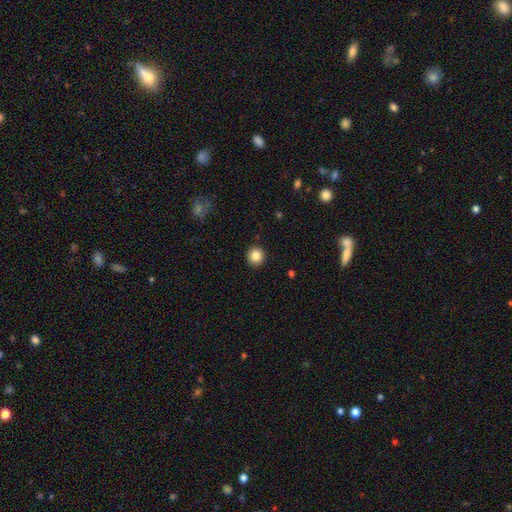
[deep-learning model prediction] The model was most divided on "smooth or featured": smooth: 85%, star or artifact: 10%, featured or disk: 5%. More confident: how rounded — round (93%); merging — none (92%).